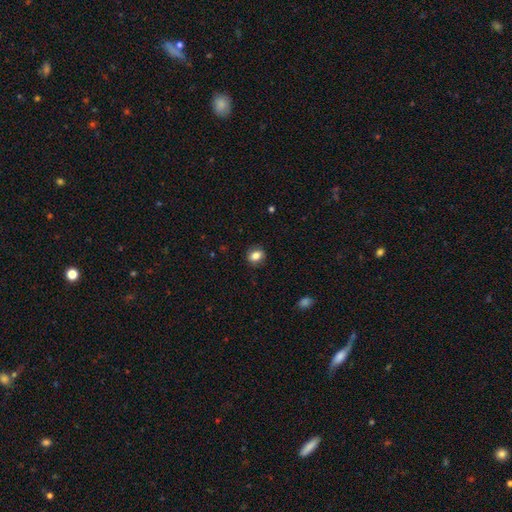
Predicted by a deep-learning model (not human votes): smooth_or_featured: smooth (p=0.83) [alt: star or artifact p=0.09]
how_rounded: in between (p=0.52) [alt: round p=0.46]
merging: none (p=0.86) [alt: minor disturbance p=0.10]